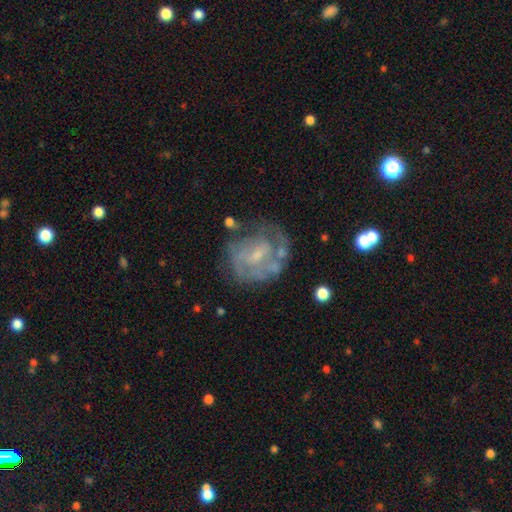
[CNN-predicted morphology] Smooth or featured?
  - featured or disk: 74% *
  - smooth: 18%
  - star or artifact: 8%
Edge-on disk?
  - no: 97% *
  - yes: 3%
Bar?
  - weak: 48% *
  - no: 41%
  - strong: 11%
Spiral arms?
  - yes: 70% *
  - no: 30%
Spiral winding?
  - tight: 49% *
  - medium: 36%
  - loose: 15%
Spiral arm count?
  - can't tell: 44% *
  - 2: 28%
  - 3: 12%
  - 1: 9%
  - 4: 4%
  - more than 4: 3%
Bulge size?
  - small: 57% *
  - moderate: 25%
  - none: 15%
  - large: 2%
  - dominant: 1%
Merging?
  - none: 54% *
  - minor disturbance: 22%
  - major disturbance: 19%
  - merger: 5%